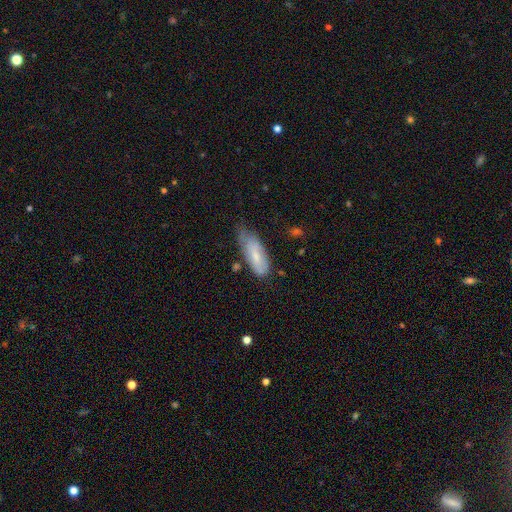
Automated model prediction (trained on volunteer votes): A smooth galaxy with no disk features (61%) that is in between round and cigar-shaped (72%). Merging: none (44%).